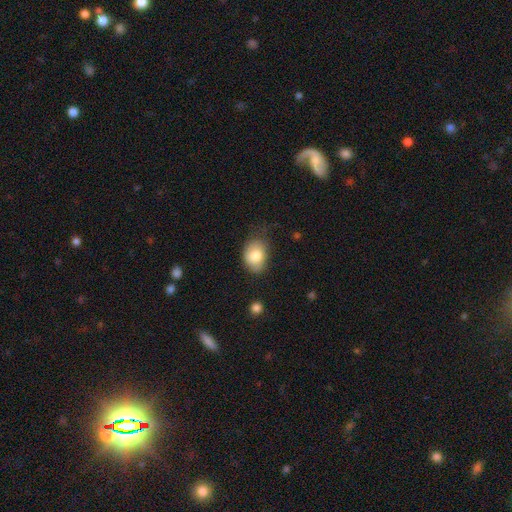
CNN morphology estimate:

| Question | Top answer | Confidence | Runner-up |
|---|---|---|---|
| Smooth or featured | smooth | 79% | featured or disk (13%) |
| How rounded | in between | 69% | round (30%) |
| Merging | none | 59% | minor disturbance (30%) |